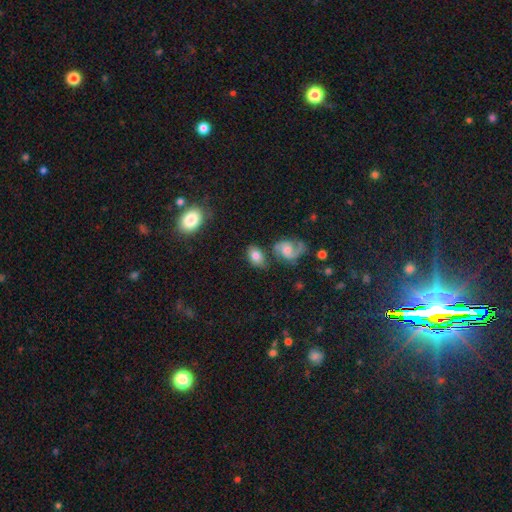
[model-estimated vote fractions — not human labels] A smooth galaxy with no disk features (69%) that is in between round and cigar-shaped (79%). Merging: none (63%).